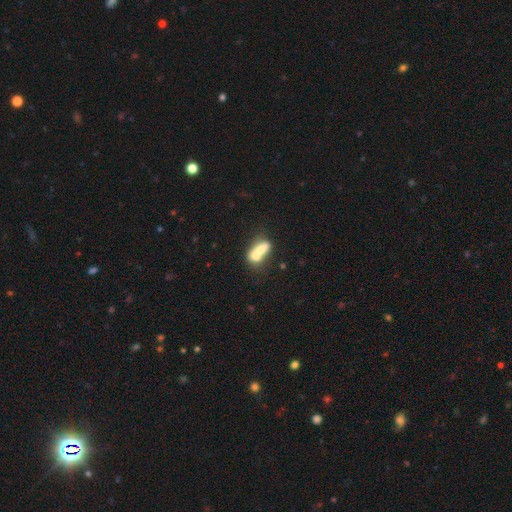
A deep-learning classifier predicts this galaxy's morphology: smooth-or-featured: smooth: 62% | featured or disk: 28% | star or artifact: 10%
  how-rounded: in between: 64% | cigar-shaped: 22% | round: 13%
  merging: merger: 61% | none: 22% | minor disturbance: 10% | major disturbance: 7%